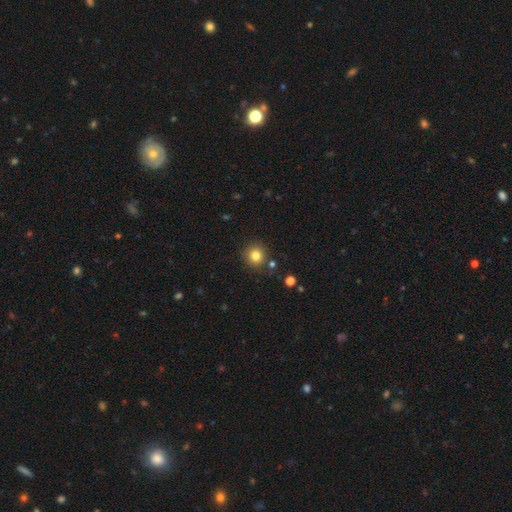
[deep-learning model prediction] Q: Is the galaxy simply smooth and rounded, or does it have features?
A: smooth — 81%.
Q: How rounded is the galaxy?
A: round — 92%.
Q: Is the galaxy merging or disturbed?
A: none — 86%.